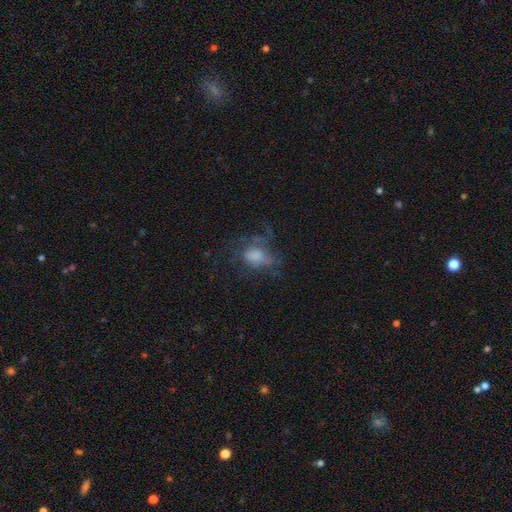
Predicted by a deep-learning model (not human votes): Smooth or featured: smooth — 49% (featured or disk — 38%)
Merging: major disturbance — 43% (none — 34%)